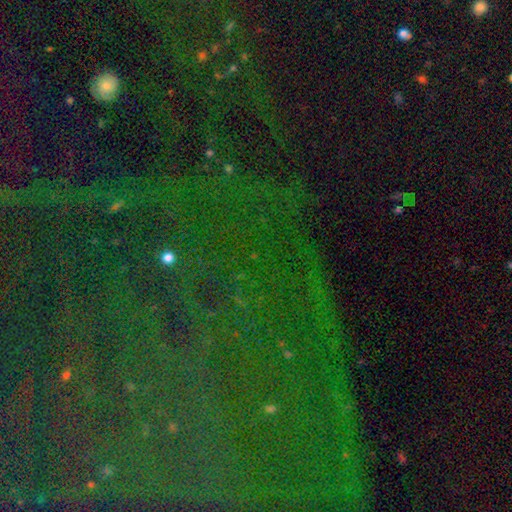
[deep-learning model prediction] star or artifact 83%, smooth 9%, featured or disk 8%.